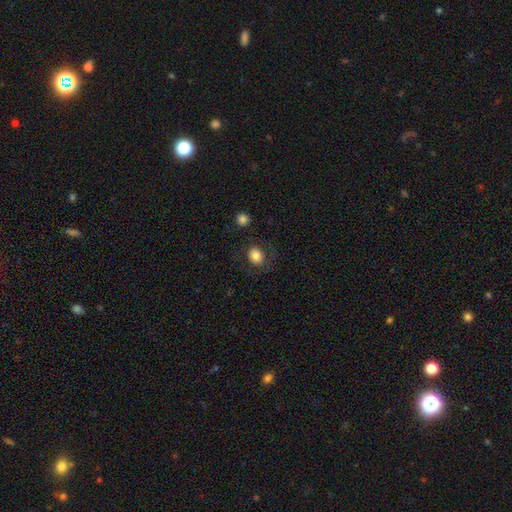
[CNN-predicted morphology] type=smooth (79%); roundness=round (61%); merging=none (76%).